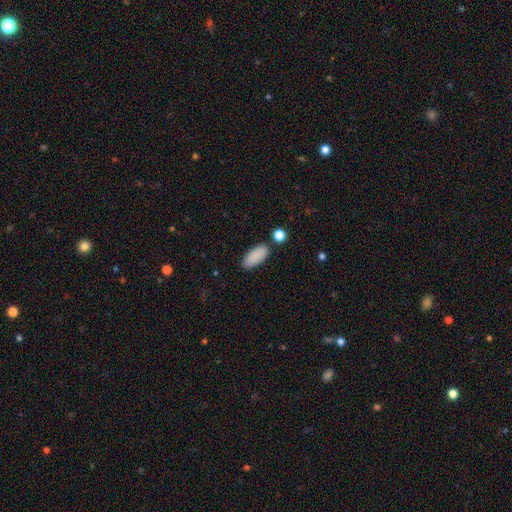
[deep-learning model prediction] smooth-or-featured: smooth: 88% | star or artifact: 7% | featured or disk: 5%
  how-rounded: in between: 87% | cigar-shaped: 11% | round: 2%
  merging: none: 80% | minor disturbance: 12% | merger: 4% | major disturbance: 3%